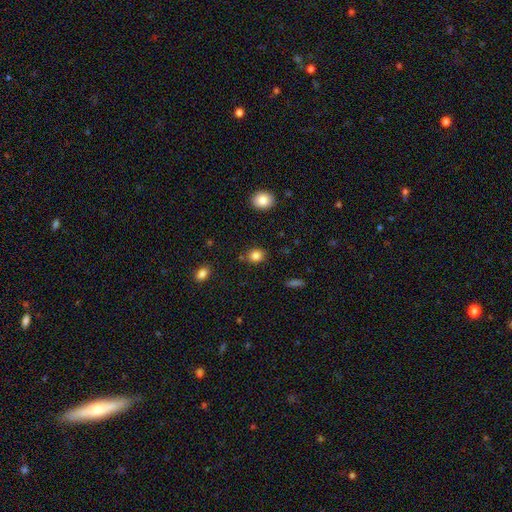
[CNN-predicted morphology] Smooth or featured: smooth — 84% (star or artifact — 11%)
How rounded: round — 61% (in between — 38%)
Merging: none — 83% (minor disturbance — 11%)